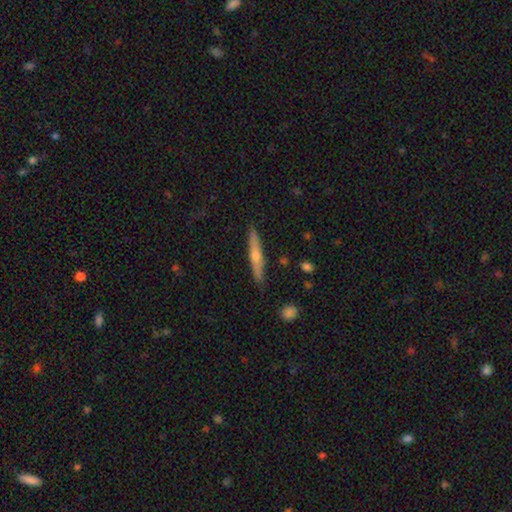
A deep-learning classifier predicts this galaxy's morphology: This appears to be a featured or disk galaxy (57%) viewed edge-on (96%) with a rounded central bulge (85%). Merging: none (89%).